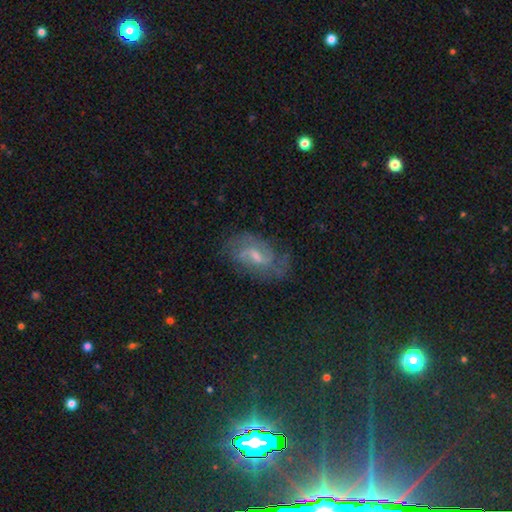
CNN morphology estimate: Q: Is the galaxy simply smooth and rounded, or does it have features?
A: featured or disk — 66%.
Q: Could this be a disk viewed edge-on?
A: no — 95%.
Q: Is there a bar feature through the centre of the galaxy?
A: weak — 60%.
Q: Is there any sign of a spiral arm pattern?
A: yes — 88%.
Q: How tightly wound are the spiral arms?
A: medium — 45%.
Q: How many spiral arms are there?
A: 2 — 59%.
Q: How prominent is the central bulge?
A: moderate — 47%.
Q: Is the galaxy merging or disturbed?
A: none — 70%.